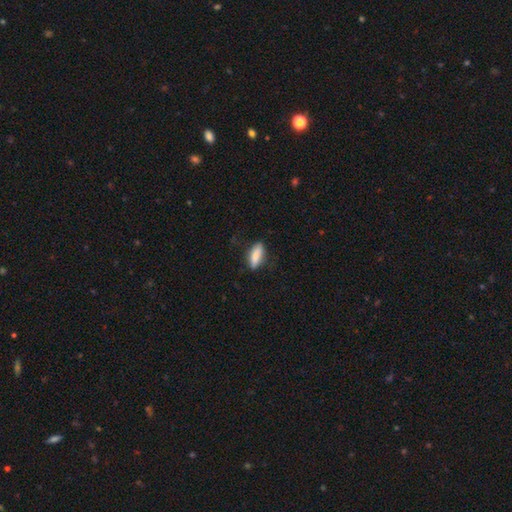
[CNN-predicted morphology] The model was most divided on "how rounded": in between: 63%, cigar-shaped: 34%, round: 3%. More confident: smooth or featured — smooth (77%); merging — none (75%).